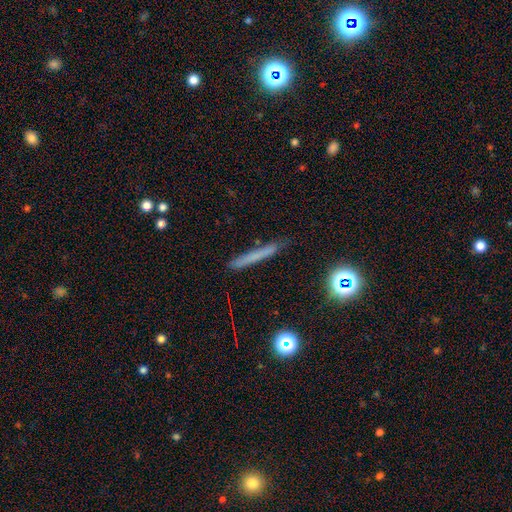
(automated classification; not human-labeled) The model was most divided on "smooth or featured": smooth: 61%, featured or disk: 26%, star or artifact: 13%. More confident: how rounded — cigar-shaped (94%); merging — none (84%).